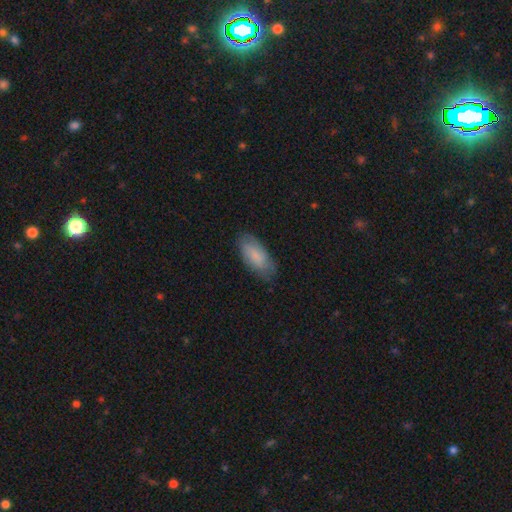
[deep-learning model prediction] Morphology: type=smooth (79%); roundness=in between (88%); merging=none (78%).